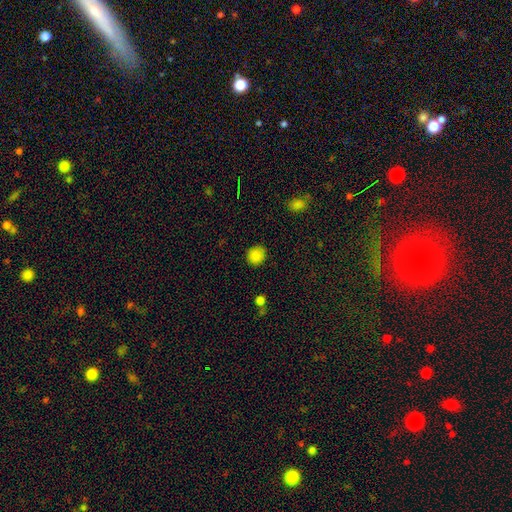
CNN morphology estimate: Q: Smooth or featured?
A: smooth (86%); runner-up: star or artifact (10%)
Q: How rounded?
A: round (84%); runner-up: in between (15%)
Q: Merging?
A: none (87%); runner-up: minor disturbance (9%)